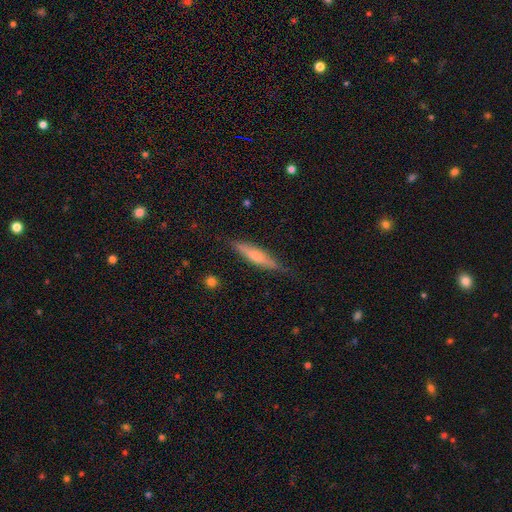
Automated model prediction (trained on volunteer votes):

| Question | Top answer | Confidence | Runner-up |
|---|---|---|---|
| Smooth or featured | smooth | 48% | featured or disk (46%) |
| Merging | none | 81% | minor disturbance (15%) |